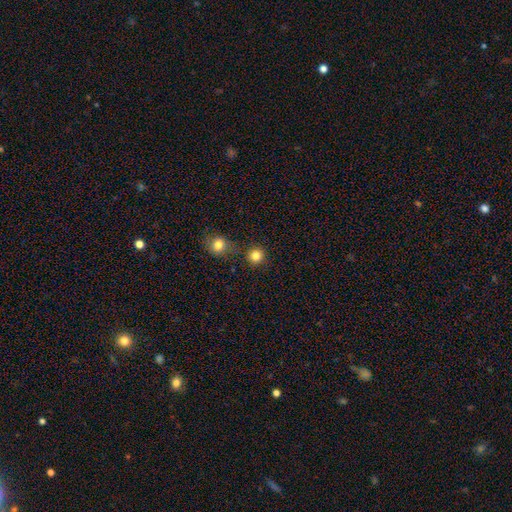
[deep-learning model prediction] Q: Smooth or featured?
A: smooth (83%); runner-up: star or artifact (12%)
Q: How rounded?
A: round (93%); runner-up: in between (6%)
Q: Merging?
A: none (82%); runner-up: merger (9%)